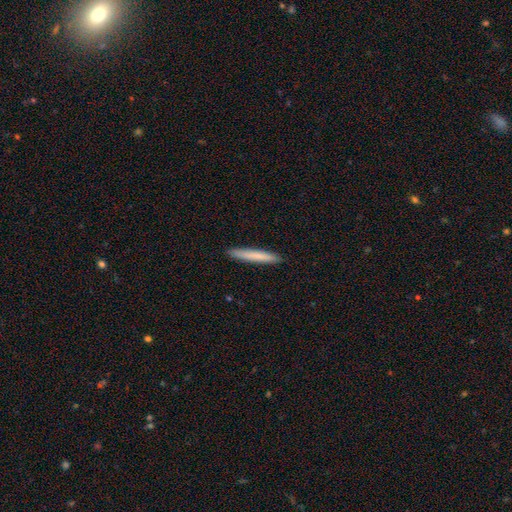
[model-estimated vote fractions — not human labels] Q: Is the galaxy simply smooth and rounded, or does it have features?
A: smooth — 77%.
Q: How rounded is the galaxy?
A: cigar-shaped — 96%.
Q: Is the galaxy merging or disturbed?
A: none — 92%.